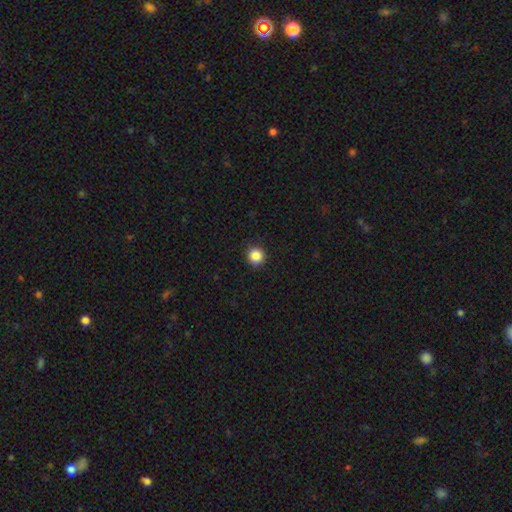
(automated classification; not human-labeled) Smooth or featured: smooth — 86% (star or artifact — 11%)
How rounded: round — 94% (in between — 5%)
Merging: none — 92% (minor disturbance — 5%)